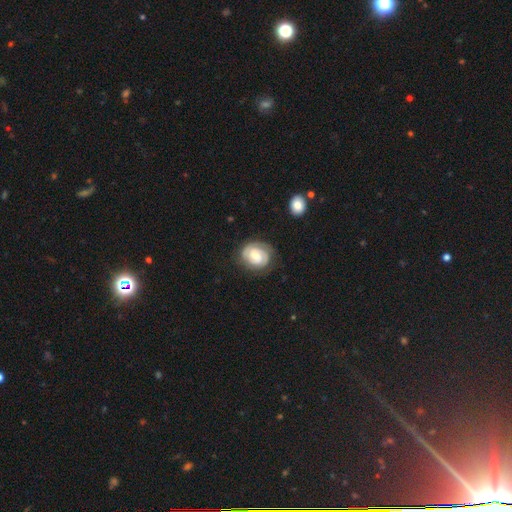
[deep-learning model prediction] A featured or disk galaxy (66%) with no bar (45%), 2 (55%) tight (67%) spiral arms (88%) and a moderate central bulge (44%).

Vote fractions:
- Smooth or featured? featured or disk: 66% / smooth: 27% / star or artifact: 7%
- Edge-on disk? no: 98% / yes: 2%
- Bar? no: 45% / weak: 43% / strong: 12%
- Spiral arms? yes: 88% / no: 12%
- Spiral winding? tight: 67% / medium: 26% / loose: 7%
- Spiral arm count? 2: 55% / can't tell: 23% / 1: 13% / 3: 6% / 4: 2% / more than 4: 2%
- Bulge size? moderate: 44% / small: 29% / large: 18% / none: 7% / dominant: 3%
- Merging? none: 71% / minor disturbance: 19% / major disturbance: 8% / merger: 2%